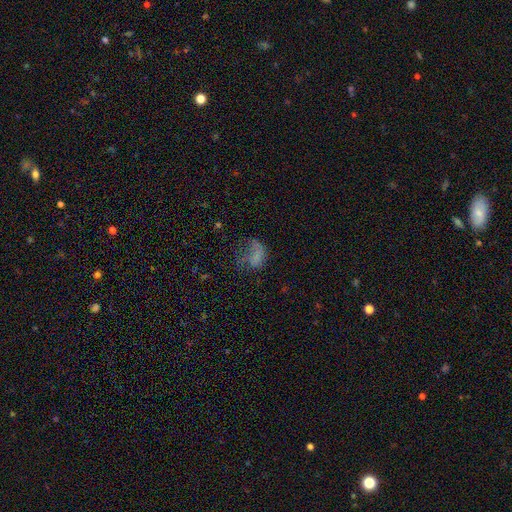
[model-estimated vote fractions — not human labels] Smooth or featured? smooth (53%)
How rounded? in between (73%)
Merging? major disturbance (51%)